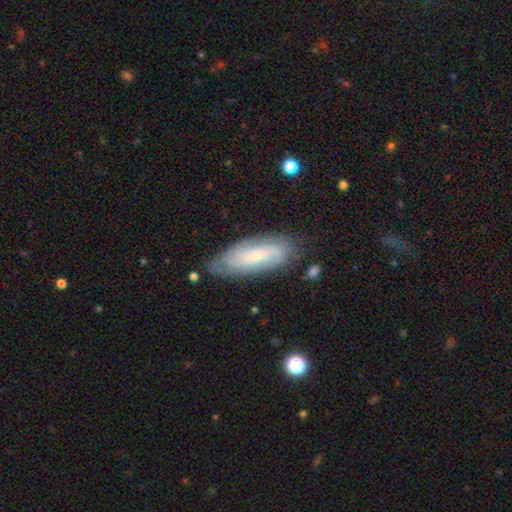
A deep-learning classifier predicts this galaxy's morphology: This is likely a featured or disk galaxy (64%). It is clearly not viewed edge-on (88%). Bar: possibly no (56%). Spiral arm pattern: clearly yes (90%). Spiral arm count: marginally can't tell (41%). Spiral winding: possibly tight (55%). Central bulge: likely small (68%). Merging: likely none (75%).